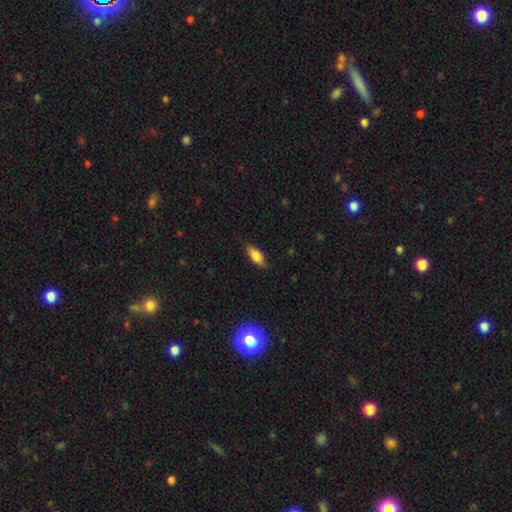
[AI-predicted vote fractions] smooth_or_featured: smooth (p=0.81) [alt: featured or disk p=0.11]
how_rounded: in between (p=0.83) [alt: cigar-shaped p=0.14]
merging: none (p=0.83) [alt: minor disturbance p=0.14]